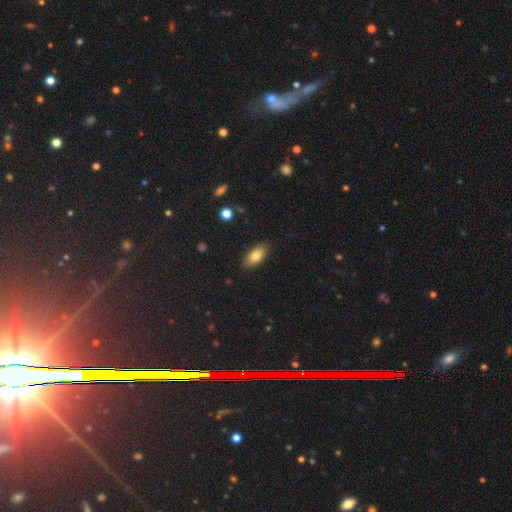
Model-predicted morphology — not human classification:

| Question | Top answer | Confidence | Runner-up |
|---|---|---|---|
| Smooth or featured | smooth | 81% | featured or disk (12%) |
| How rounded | in between | 88% | cigar-shaped (7%) |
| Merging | none | 86% | minor disturbance (10%) |